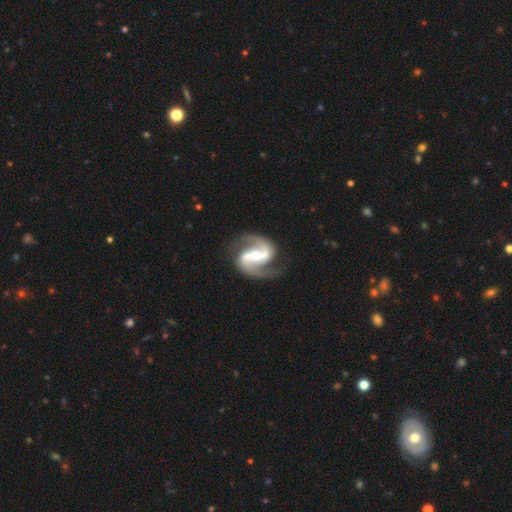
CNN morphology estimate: smooth_or_featured: featured or disk (p=0.92) [alt: star or artifact p=0.04]
disk_edge_on: no (p=0.98) [alt: yes p=0.02]
bar: strong (p=0.54) [alt: weak p=0.31]
has_spiral_arms: yes (p=0.98) [alt: no p=0.02]
spiral_winding: medium (p=0.63) [alt: loose p=0.20]
spiral_arm_count: 2 (p=0.94) [alt: can't tell p=0.02]
bulge_size: moderate (p=0.64) [alt: small p=0.27]
merging: none (p=0.79) [alt: minor disturbance p=0.13]